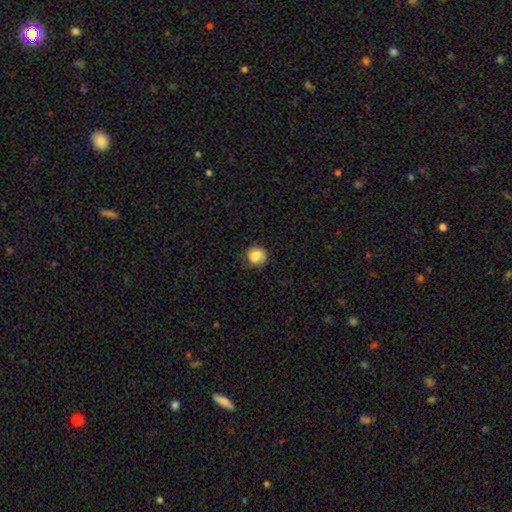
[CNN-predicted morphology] smooth_or_featured: smooth (p=0.82) [alt: featured or disk p=0.10]
how_rounded: round (p=0.86) [alt: in between p=0.13]
merging: none (p=0.75) [alt: minor disturbance p=0.19]